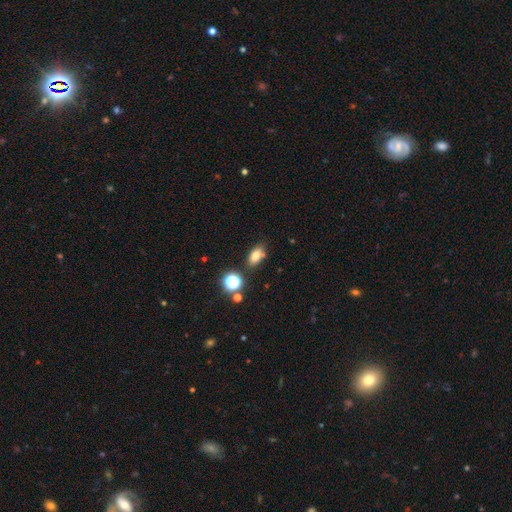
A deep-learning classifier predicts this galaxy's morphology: smooth_or_featured: smooth (p=0.77) [alt: star or artifact p=0.14]
how_rounded: in between (p=0.84) [alt: round p=0.12]
merging: none (p=0.74) [alt: minor disturbance p=0.15]